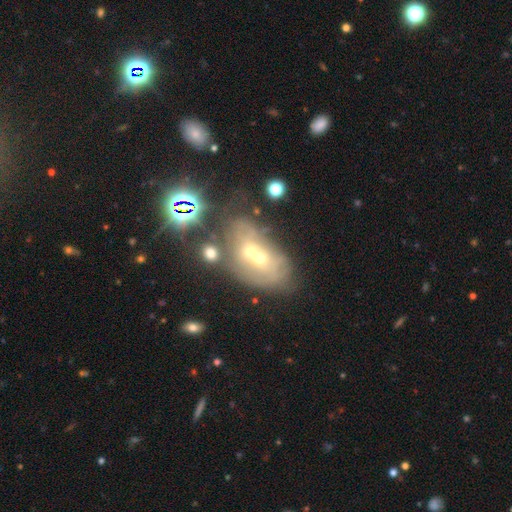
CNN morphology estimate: A featured or disk galaxy (44%).

Vote fractions:
- Smooth or featured? featured or disk: 44% / smooth: 34% / star or artifact: 23%
- Merging? merger: 59% / none: 22% / minor disturbance: 10% / major disturbance: 9%